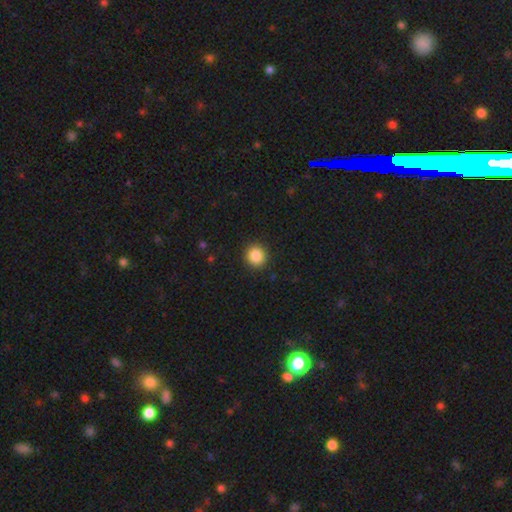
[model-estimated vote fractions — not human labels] Smooth or featured? Predicted: smooth (p=0.87). How rounded? Predicted: round (p=0.90). Merging? Predicted: none (p=0.92).